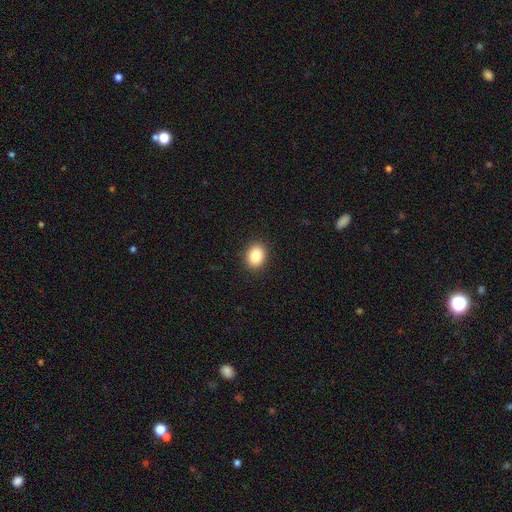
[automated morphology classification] This is clearly a smooth galaxy (84%). How rounded: possibly in between (52%). Merging: clearly none (91%).